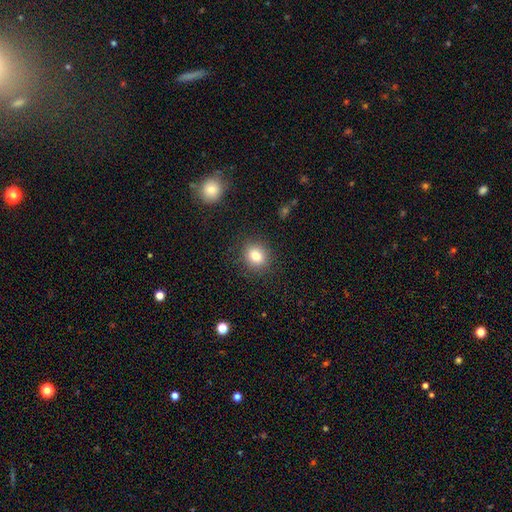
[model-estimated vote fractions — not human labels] A smooth galaxy with no disk features (81%) that is round (71%). Merging: none (87%).